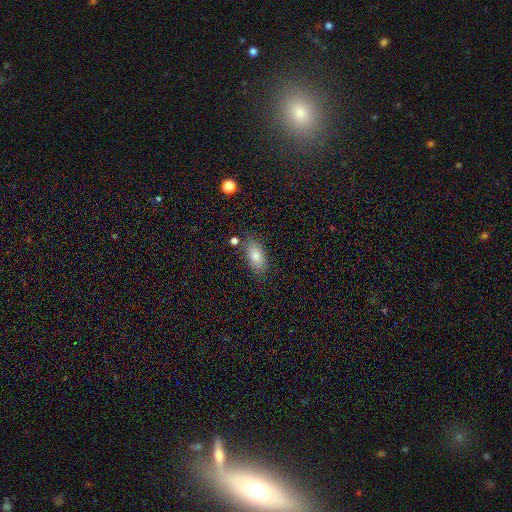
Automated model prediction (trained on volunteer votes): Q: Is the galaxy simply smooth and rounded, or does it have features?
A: smooth — 79%.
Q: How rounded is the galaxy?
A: in between — 88%.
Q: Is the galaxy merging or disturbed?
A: none — 81%.